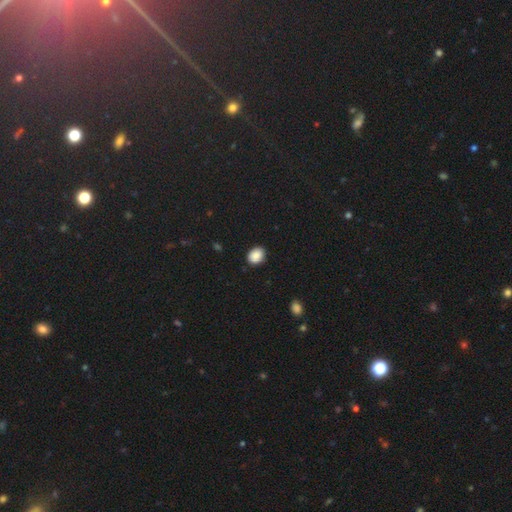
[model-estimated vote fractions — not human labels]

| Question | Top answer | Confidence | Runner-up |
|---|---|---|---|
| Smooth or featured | smooth | 86% | star or artifact (9%) |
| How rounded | in between | 50% | round (49%) |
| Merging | none | 84% | minor disturbance (12%) |